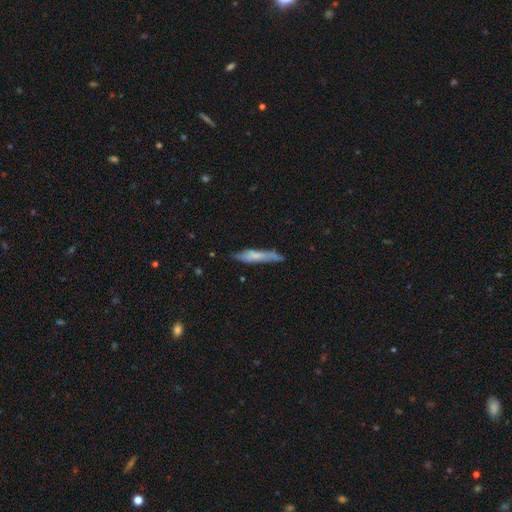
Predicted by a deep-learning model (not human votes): This is likely a smooth galaxy (61%). How rounded: clearly cigar-shaped (89%). Merging: likely none (70%).